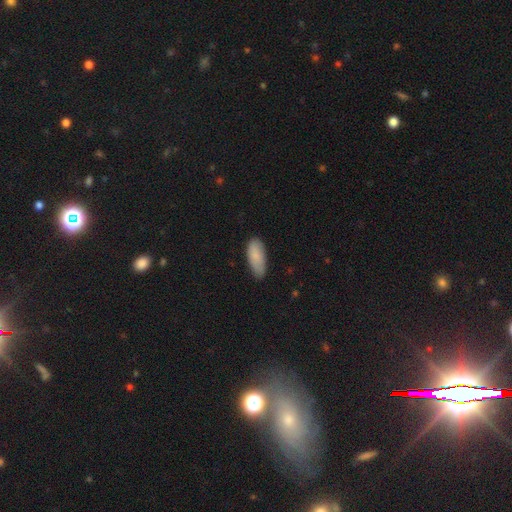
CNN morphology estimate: Smooth or featured? Predicted: smooth (p=0.85). How rounded? Predicted: in between (p=0.84). Merging? Predicted: none (p=0.71).